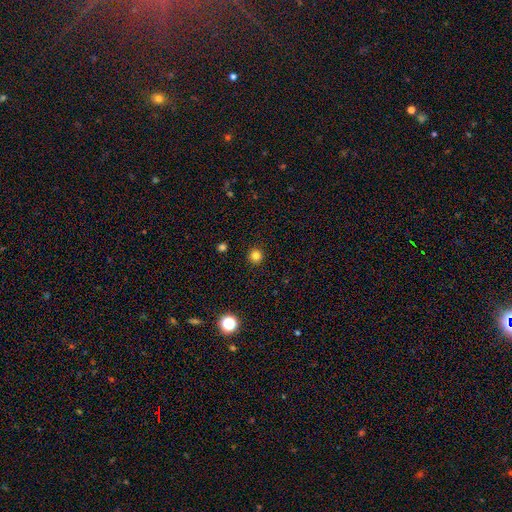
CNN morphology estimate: This appears to be a smooth galaxy with no disk features (82%) that is round (95%). Merging: none (92%).